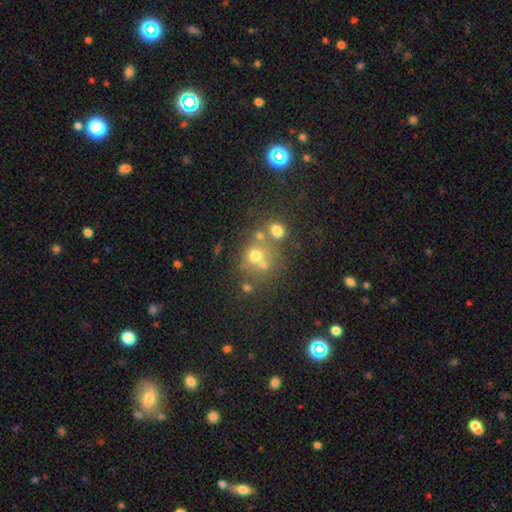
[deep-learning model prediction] A smooth galaxy with no disk features (61%) that is round (82%). Merging: none (51%).